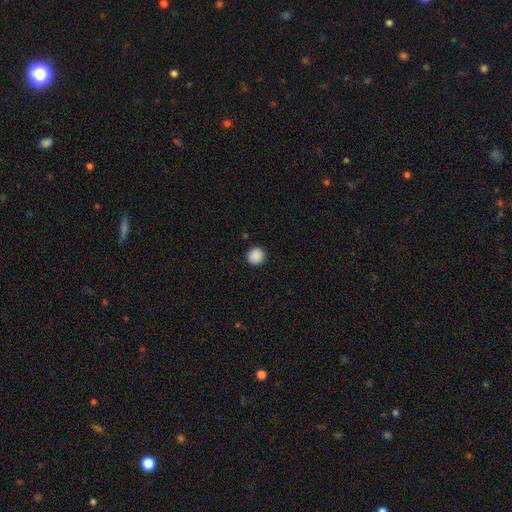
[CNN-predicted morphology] This appears to be a smooth galaxy with no disk features (89%) that is round (95%). Merging: none (92%).